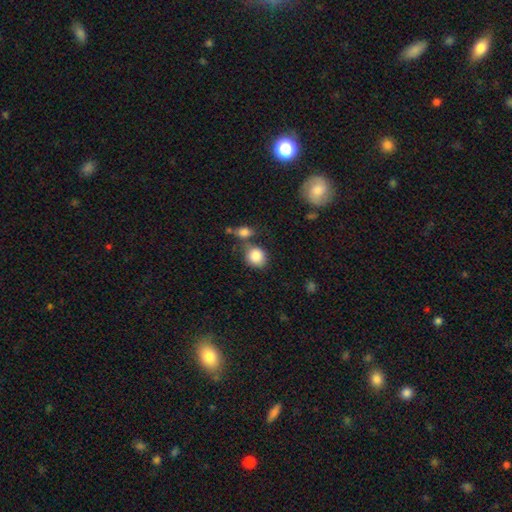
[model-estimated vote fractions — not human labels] Overall: smooth (87%). How rounded: round (78%). Merging: none (60%).